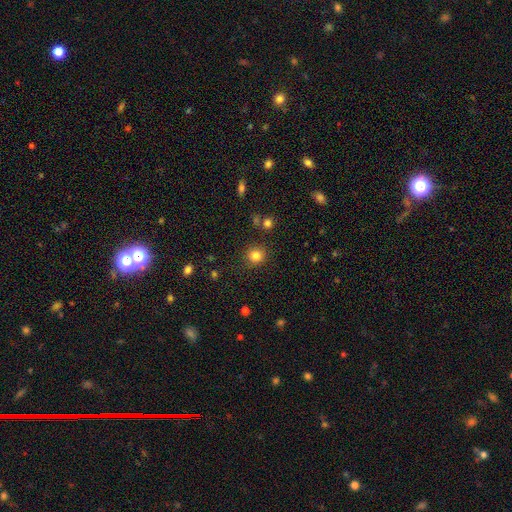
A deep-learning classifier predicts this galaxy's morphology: A smooth galaxy with no disk features (82%) that is round (91%).

Vote fractions:
- Smooth or featured? smooth: 82% / star or artifact: 12% / featured or disk: 5%
- How rounded? round: 91% / in between: 9% / cigar-shaped: 1%
- Merging? none: 88% / minor disturbance: 7% / major disturbance: 3% / merger: 3%